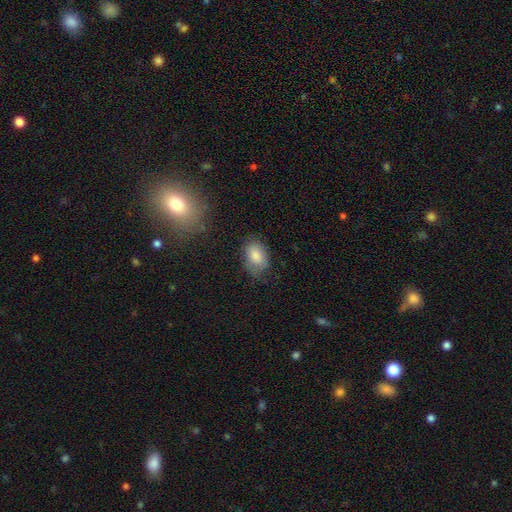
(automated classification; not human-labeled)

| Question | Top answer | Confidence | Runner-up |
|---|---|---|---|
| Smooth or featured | smooth | 82% | featured or disk (11%) |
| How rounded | in between | 86% | round (13%) |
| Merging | none | 65% | minor disturbance (25%) |